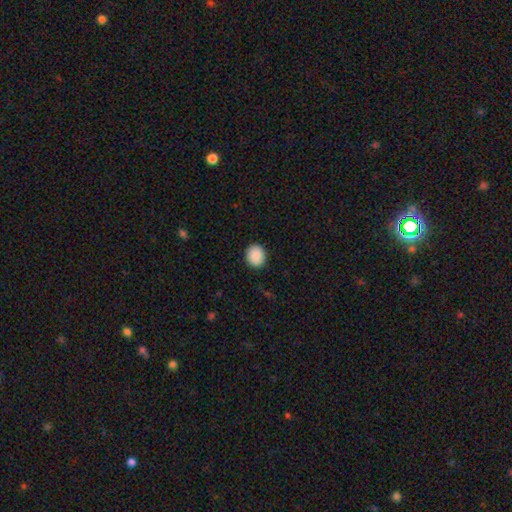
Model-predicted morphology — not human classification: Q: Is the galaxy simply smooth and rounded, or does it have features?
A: smooth — 89%.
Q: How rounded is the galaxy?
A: round — 75%.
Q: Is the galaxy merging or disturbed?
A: none — 91%.